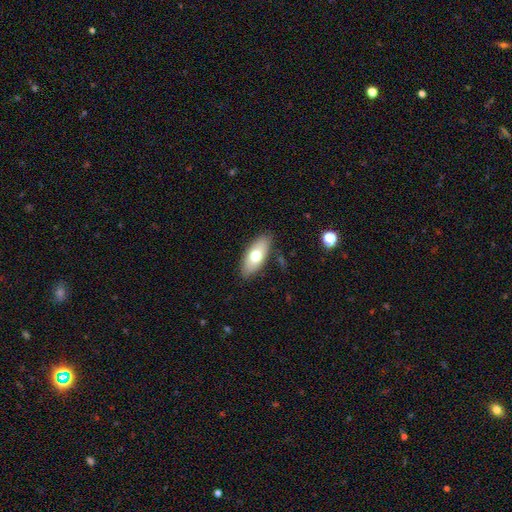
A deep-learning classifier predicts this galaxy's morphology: Smooth or featured? smooth (65%)
How rounded? in between (84%)
Merging? none (84%)